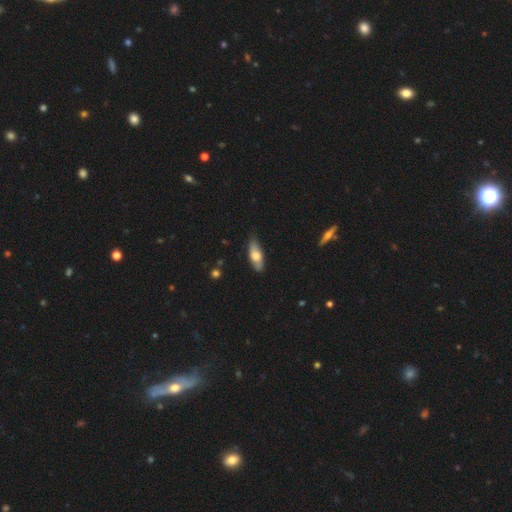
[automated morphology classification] The model was most divided on "smooth or featured": smooth: 60%, featured or disk: 34%, star or artifact: 6%. More confident: merging — none (79%); how rounded — in between (67%).